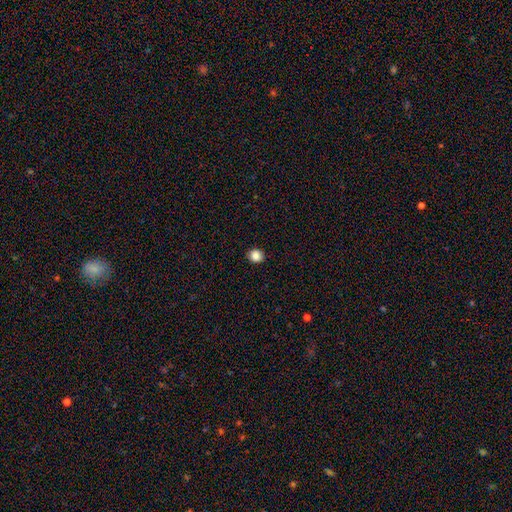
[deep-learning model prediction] smooth_or_featured: smooth (p=0.86) [alt: star or artifact p=0.10]
how_rounded: round (p=0.82) [alt: in between p=0.17]
merging: none (p=0.92) [alt: minor disturbance p=0.05]